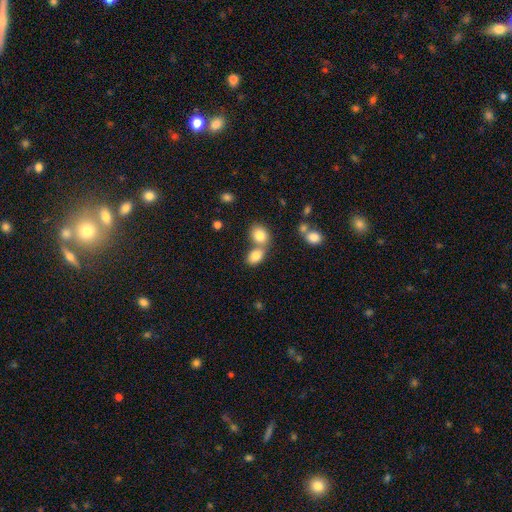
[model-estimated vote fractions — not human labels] This is clearly a smooth galaxy (81%). How rounded: likely in between (68%). Merging: possibly merger (51%).